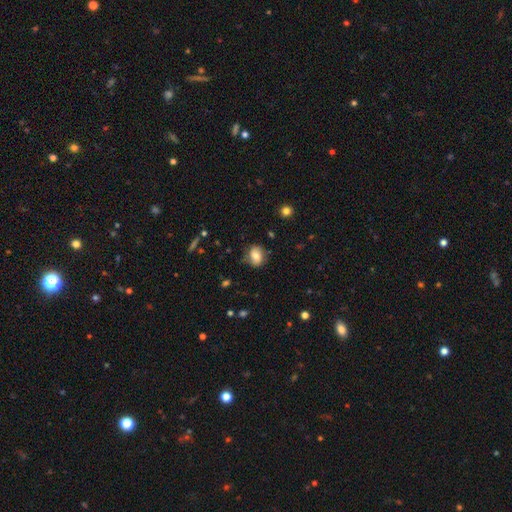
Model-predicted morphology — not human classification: A smooth galaxy with no disk features (70%) that is in between round and cigar-shaped (57%).

Vote fractions:
- Smooth or featured? smooth: 70% / featured or disk: 21% / star or artifact: 9%
- How rounded? in between: 57% / round: 41% / cigar-shaped: 1%
- Merging? none: 72% / minor disturbance: 20% / major disturbance: 6% / merger: 2%